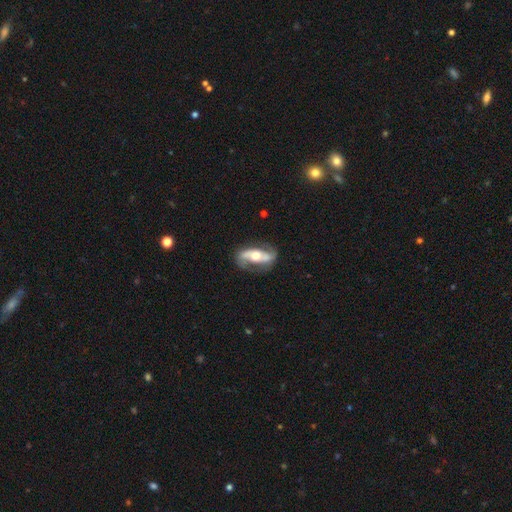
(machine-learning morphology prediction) A featured or disk galaxy (77%) with no bar (39%), 2 (89%) loose (45%) spiral arms (84%) and a moderate central bulge (70%). Merging: none (73%).